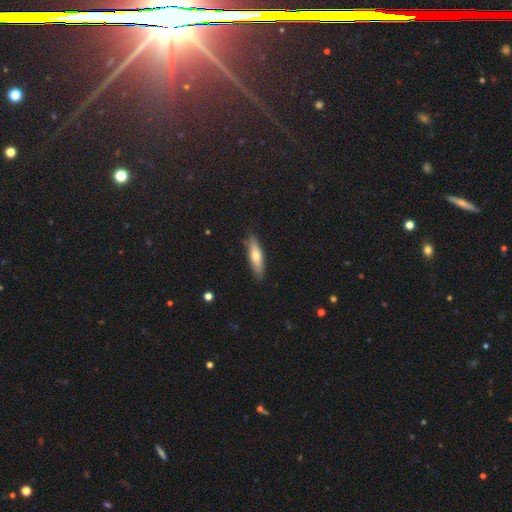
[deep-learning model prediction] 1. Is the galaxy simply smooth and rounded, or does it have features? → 58% smooth, 35% featured or disk, 7% star or artifact.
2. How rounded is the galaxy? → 73% cigar-shaped, 25% in between, 2% round.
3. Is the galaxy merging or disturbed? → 86% none, 11% minor disturbance, 2% major disturbance, 1% merger.